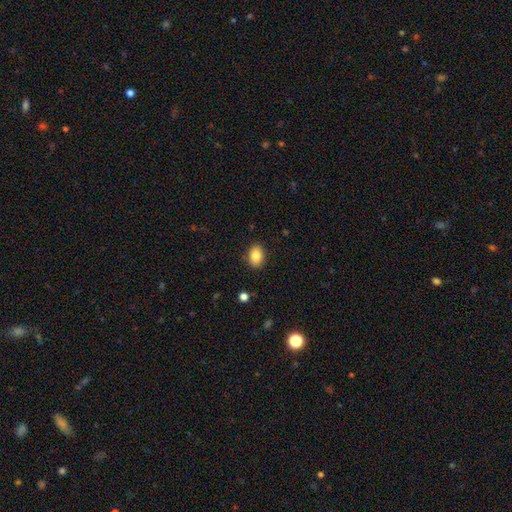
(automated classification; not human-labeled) Smooth or featured? Predicted: smooth (p=0.85). How rounded? Predicted: in between (p=0.78). Merging? Predicted: none (p=0.88).